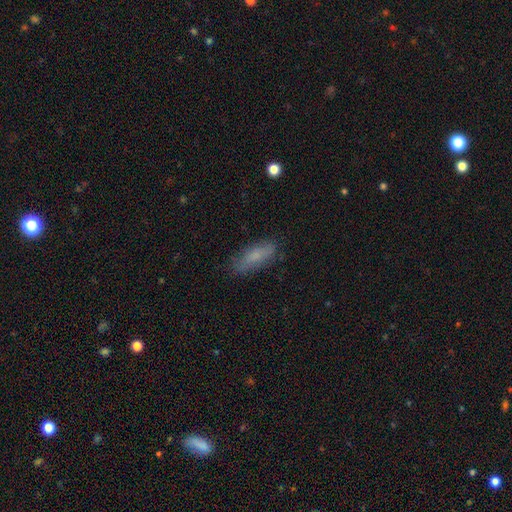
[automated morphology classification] A smooth galaxy with no disk features (74%) that is in between round and cigar-shaped (56%).

Vote fractions:
- Smooth or featured? smooth: 74% / featured or disk: 18% / star or artifact: 8%
- How rounded? in between: 56% / cigar-shaped: 42% / round: 2%
- Merging? none: 78% / minor disturbance: 17% / major disturbance: 4% / merger: 1%